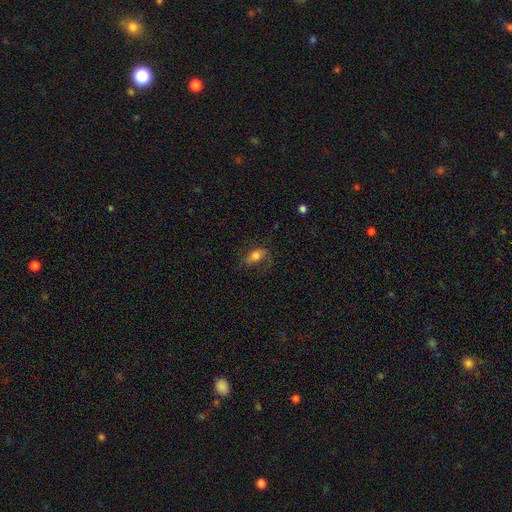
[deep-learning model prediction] Smooth or featured?
  - smooth: 64% *
  - featured or disk: 26%
  - star or artifact: 10%
How rounded?
  - in between: 83% *
  - round: 12%
  - cigar-shaped: 5%
Merging?
  - none: 55% *
  - minor disturbance: 23%
  - major disturbance: 20%
  - merger: 2%